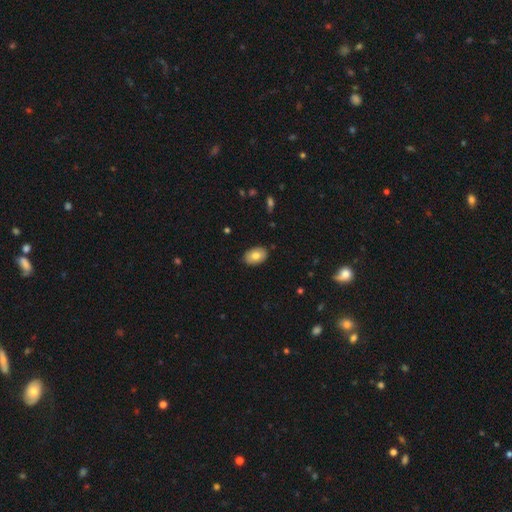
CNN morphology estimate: smooth-or-featured: smooth: 78% | featured or disk: 15% | star or artifact: 7%
  how-rounded: in between: 89% | round: 10% | cigar-shaped: 1%
  merging: none: 88% | minor disturbance: 9% | major disturbance: 2% | merger: 1%